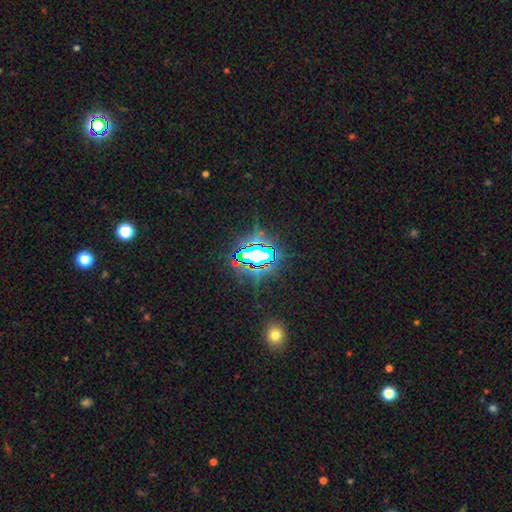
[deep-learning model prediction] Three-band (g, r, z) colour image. It shows a star or artifact, not a galaxy (78%).